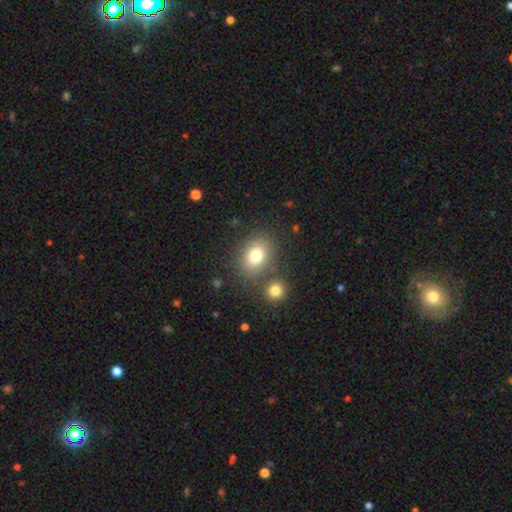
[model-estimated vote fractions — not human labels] Q: Smooth or featured?
A: smooth (77%); runner-up: star or artifact (11%)
Q: How rounded?
A: in between (57%); runner-up: round (42%)
Q: Merging?
A: none (70%); runner-up: merger (15%)